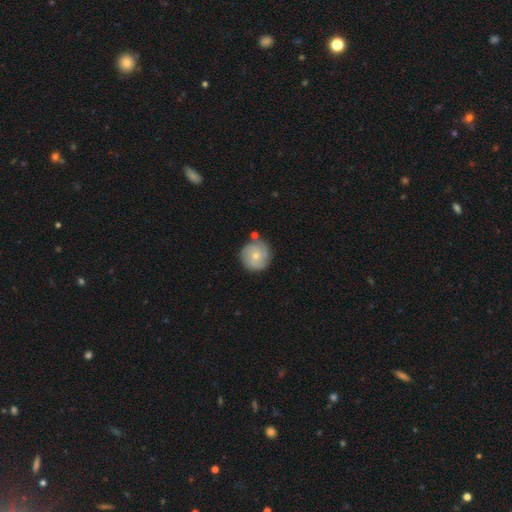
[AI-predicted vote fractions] A smooth galaxy with no disk features (57%) that is round (94%).

Vote fractions:
- Smooth or featured? smooth: 57% / featured or disk: 36% / star or artifact: 7%
- How rounded? round: 94% / in between: 5% / cigar-shaped: 1%
- Merging? none: 75% / minor disturbance: 14% / merger: 7% / major disturbance: 4%